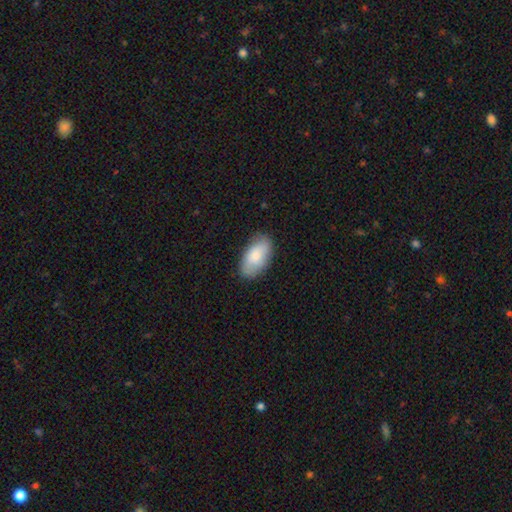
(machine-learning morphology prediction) The model was most divided on "smooth or featured": smooth: 80%, featured or disk: 14%, star or artifact: 6%. More confident: how rounded — in between (95%); merging — none (83%).